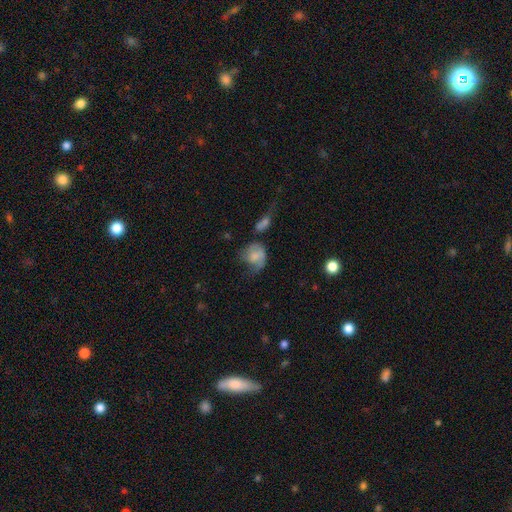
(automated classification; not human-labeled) This is possibly a smooth galaxy (52%). How rounded: possibly round (51%). Merging: marginally major disturbance (33%).